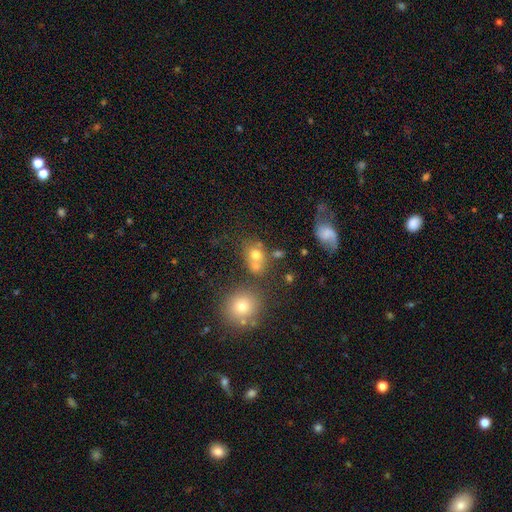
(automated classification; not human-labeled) Morphology: type=smooth (67%); roundness=round (63%); merging=none (45%).